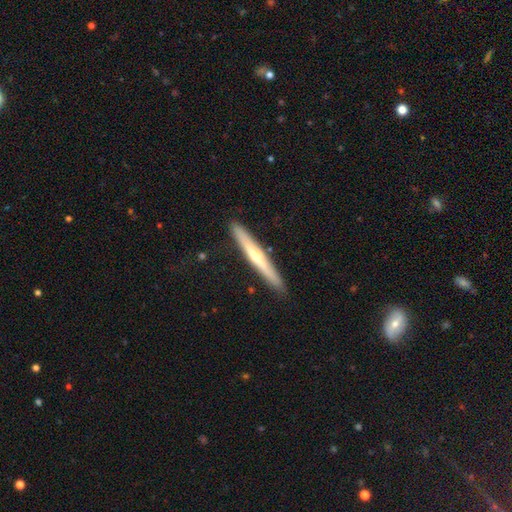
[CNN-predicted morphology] Overall: featured or disk (63%; smooth 32%). Edge-on disk: yes (96%). Edge-on bulge: rounded (76%). Merging: none (91%).